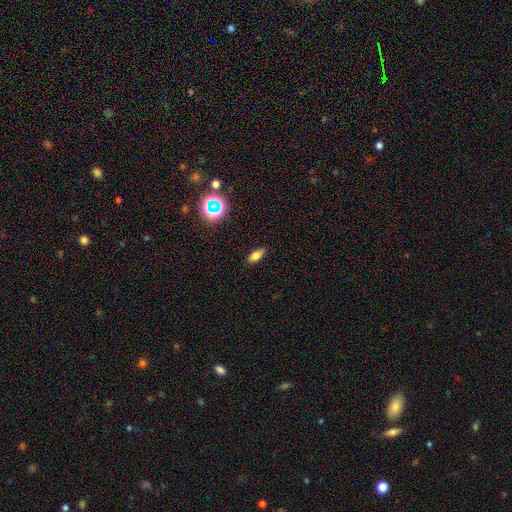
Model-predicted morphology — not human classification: smooth_or_featured: smooth (p=0.73) [alt: star or artifact p=0.15]
how_rounded: in between (p=0.81) [alt: cigar-shaped p=0.14]
merging: none (p=0.85) [alt: minor disturbance p=0.11]